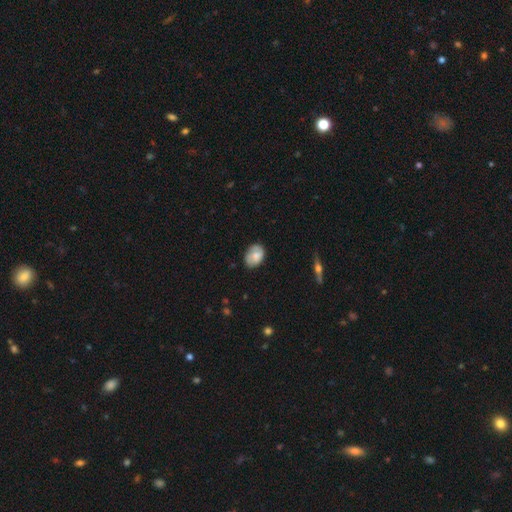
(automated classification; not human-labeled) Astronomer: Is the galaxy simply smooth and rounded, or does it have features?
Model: smooth — 71%.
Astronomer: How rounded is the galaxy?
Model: in between — 80%.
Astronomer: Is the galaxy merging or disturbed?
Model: none — 69%.